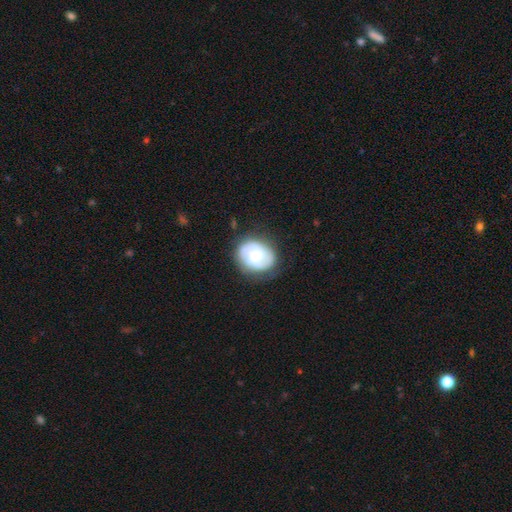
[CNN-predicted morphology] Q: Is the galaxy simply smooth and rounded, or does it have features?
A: featured or disk — 68%.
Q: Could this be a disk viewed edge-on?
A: no — 98%.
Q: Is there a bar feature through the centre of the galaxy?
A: no — 55%.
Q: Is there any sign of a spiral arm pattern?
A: yes — 87%.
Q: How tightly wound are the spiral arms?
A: tight — 44%.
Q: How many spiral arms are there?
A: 2 — 54%.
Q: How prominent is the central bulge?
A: moderate — 48%.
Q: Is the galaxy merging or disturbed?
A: none — 72%.